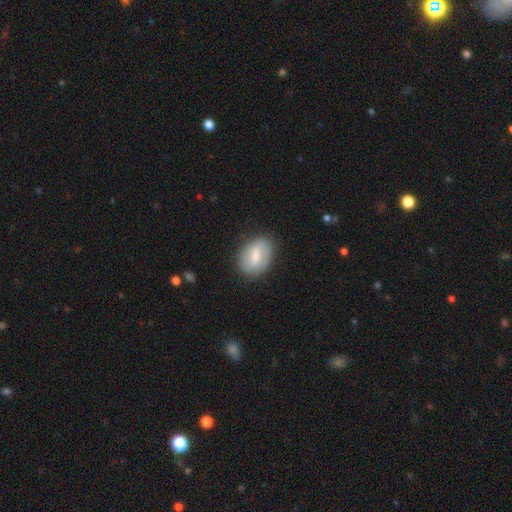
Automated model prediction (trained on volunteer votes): Q: Smooth or featured?
A: smooth (52%); runner-up: featured or disk (41%)
Q: How rounded?
A: in between (78%); runner-up: round (20%)
Q: Merging?
A: none (80%); runner-up: minor disturbance (14%)